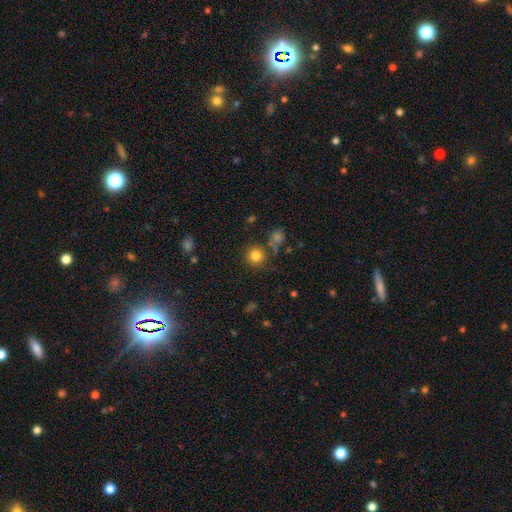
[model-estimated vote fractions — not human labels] Smooth or featured?
  - smooth: 82% *
  - star or artifact: 12%
  - featured or disk: 6%
How rounded?
  - round: 93% *
  - in between: 6%
  - cigar-shaped: 1%
Merging?
  - none: 83% *
  - minor disturbance: 8%
  - merger: 6%
  - major disturbance: 3%